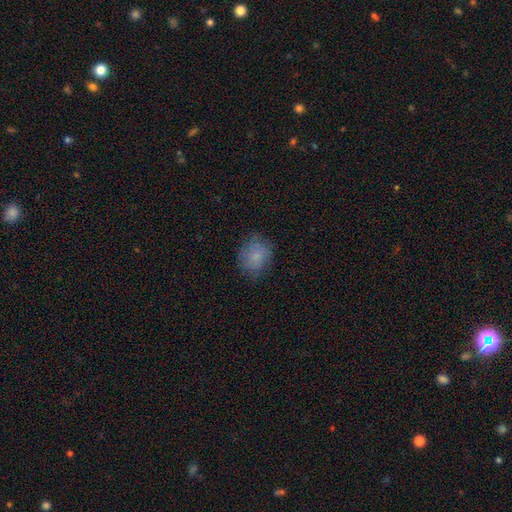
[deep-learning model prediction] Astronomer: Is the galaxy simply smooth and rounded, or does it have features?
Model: smooth — 75%.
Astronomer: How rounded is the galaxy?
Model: round — 60% (runner-up: in between, 39%).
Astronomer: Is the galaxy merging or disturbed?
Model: none — 73%.